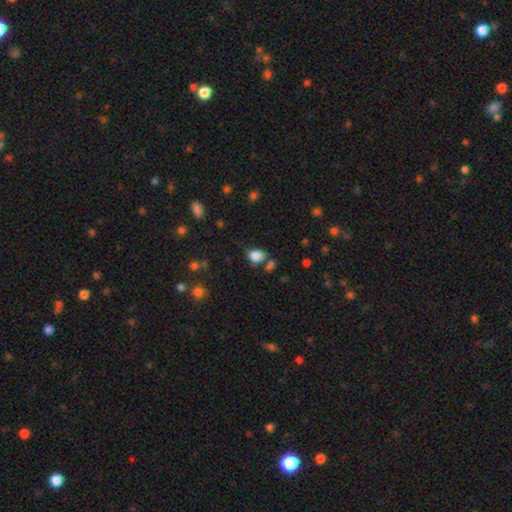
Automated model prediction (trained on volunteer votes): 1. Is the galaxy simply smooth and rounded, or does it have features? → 84% smooth, 10% star or artifact, 6% featured or disk.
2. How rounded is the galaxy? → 66% in between, 32% round, 1% cigar-shaped.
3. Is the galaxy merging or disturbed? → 59% none, 21% minor disturbance, 13% merger, 7% major disturbance.